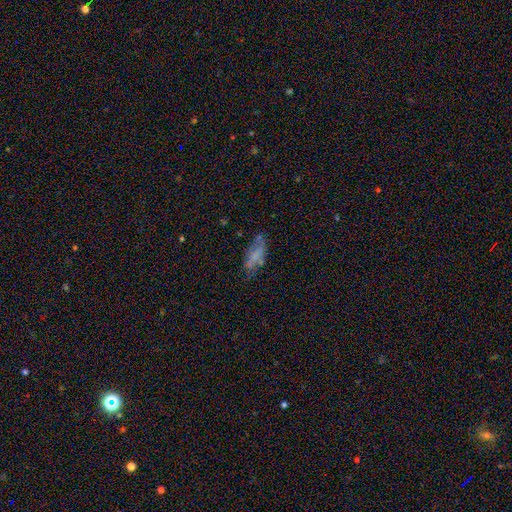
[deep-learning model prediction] This appears to be a smooth galaxy with no disk features (54%) that is in between round and cigar-shaped (69%). Merging: none (52%).